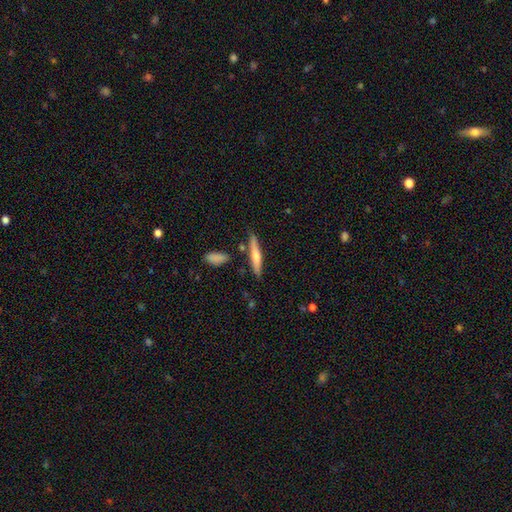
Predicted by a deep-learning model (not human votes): Overall: featured or disk (47%; smooth 46%). Merging: none (82%).